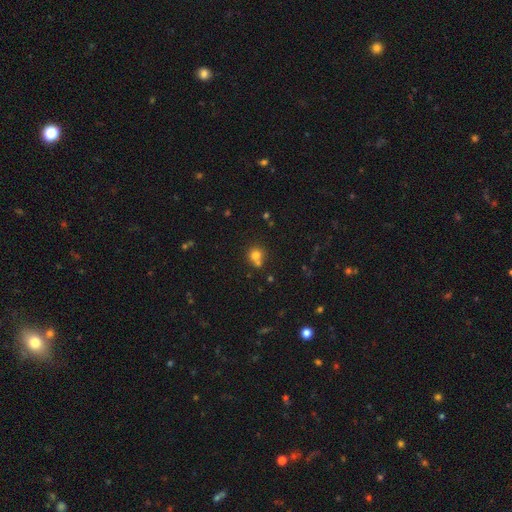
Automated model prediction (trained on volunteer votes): This appears to be a smooth galaxy with no disk features (76%) that is round (85%). Merging: none (51%).